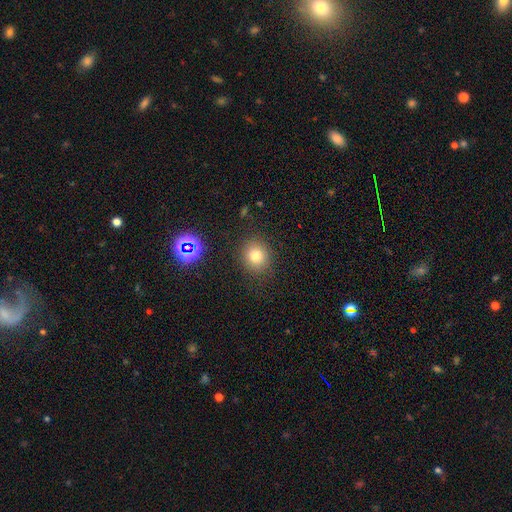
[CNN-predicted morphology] Q: Smooth or featured?
A: smooth (77%); runner-up: star or artifact (15%)
Q: How rounded?
A: round (77%); runner-up: in between (22%)
Q: Merging?
A: none (86%); runner-up: minor disturbance (9%)